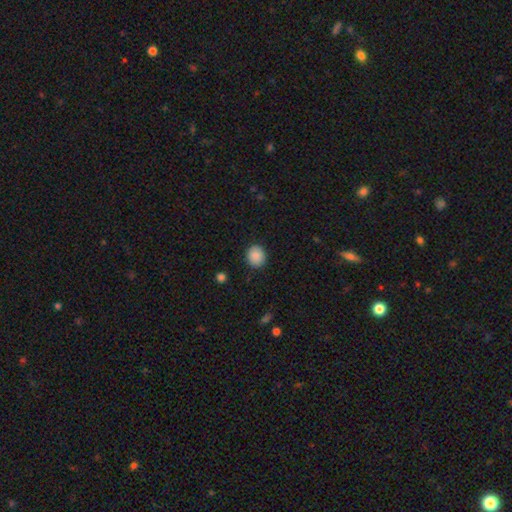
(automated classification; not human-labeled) Overall: smooth (89%). How rounded: round (80%). Merging: none (90%).